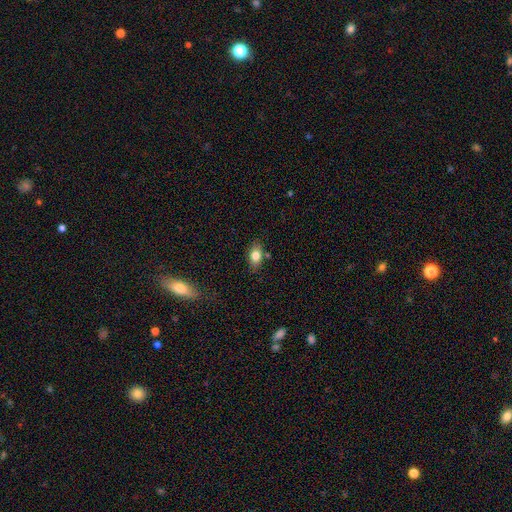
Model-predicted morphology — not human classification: This is likely a smooth galaxy (80%). How rounded: clearly in between (85%). Merging: likely none (78%).